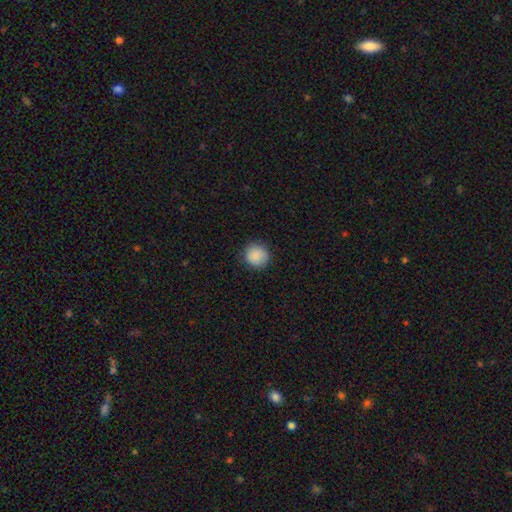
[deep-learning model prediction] Smooth or featured: smooth — 89% (star or artifact — 8%)
How rounded: round — 93% (in between — 6%)
Merging: none — 89% (minor disturbance — 8%)